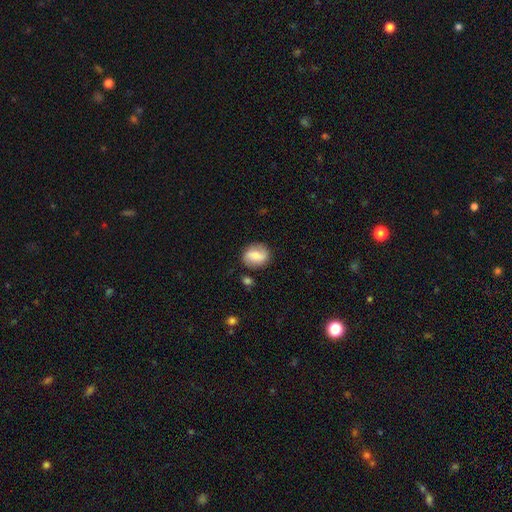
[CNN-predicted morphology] This is possibly a smooth galaxy (59%). How rounded: possibly round (54%). Merging: likely none (78%).